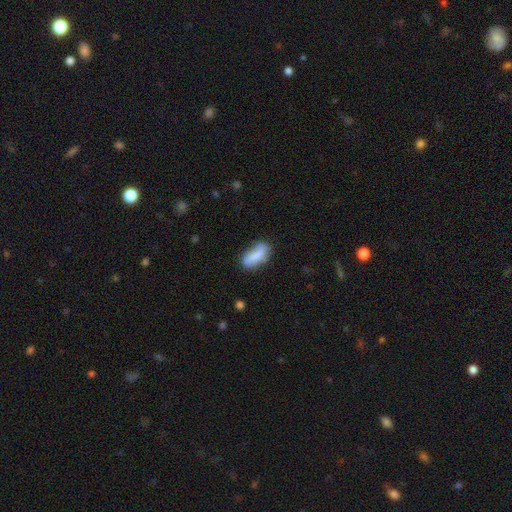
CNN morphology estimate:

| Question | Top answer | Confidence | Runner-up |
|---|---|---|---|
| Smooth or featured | smooth | 76% | featured or disk (17%) |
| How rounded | in between | 81% | cigar-shaped (16%) |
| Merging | none | 68% | minor disturbance (23%) |